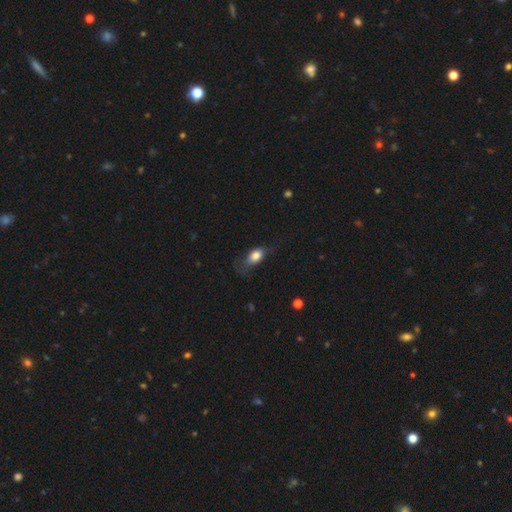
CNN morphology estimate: The model was most divided on "merging": none: 52%, minor disturbance: 28%, major disturbance: 19%, merger: 2%. More confident: how rounded — in between (83%); smooth or featured — smooth (77%).